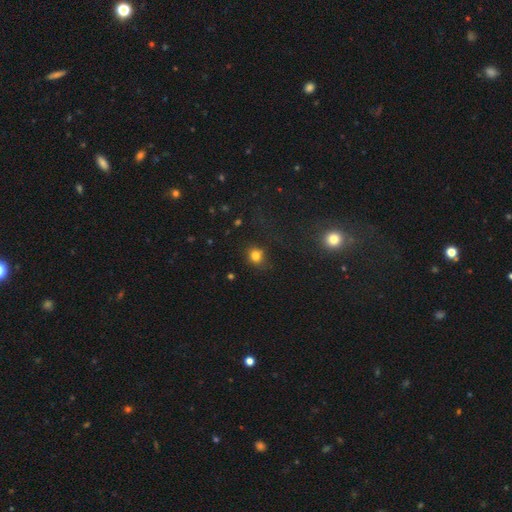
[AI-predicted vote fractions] Smooth or featured?
  - smooth: 78% *
  - star or artifact: 16%
  - featured or disk: 6%
How rounded?
  - round: 72% *
  - in between: 26%
  - cigar-shaped: 1%
Merging?
  - none: 71% *
  - minor disturbance: 16%
  - major disturbance: 7%
  - merger: 5%